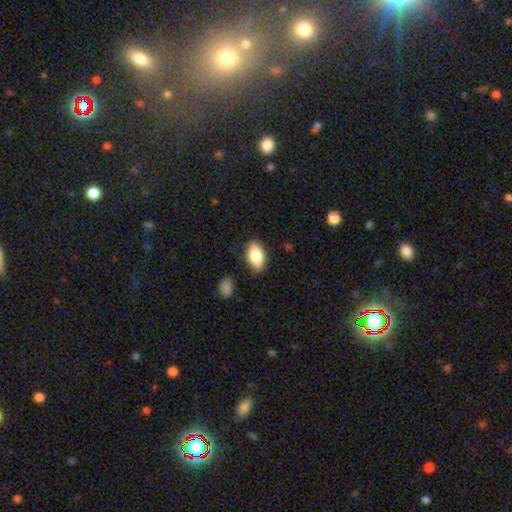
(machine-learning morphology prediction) A smooth galaxy with no disk features (82%) that is in between round and cigar-shaped (91%).

Vote fractions:
- Smooth or featured? smooth: 82% / featured or disk: 11% / star or artifact: 7%
- How rounded? in between: 91% / cigar-shaped: 4% / round: 4%
- Merging? none: 86% / minor disturbance: 10% / major disturbance: 2% / merger: 2%